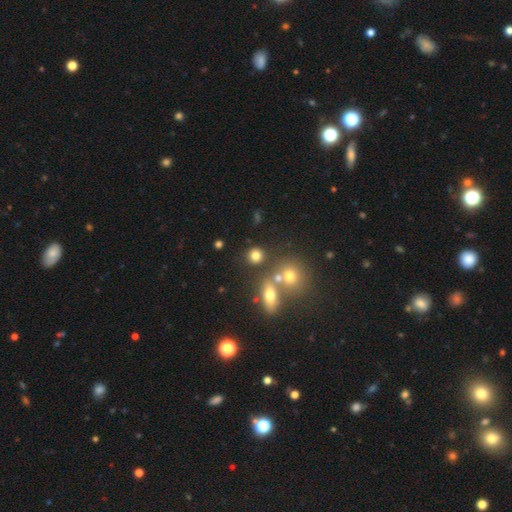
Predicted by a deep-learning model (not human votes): Morphology: type=smooth (76%); roundness=round (84%); merging=none (73%).